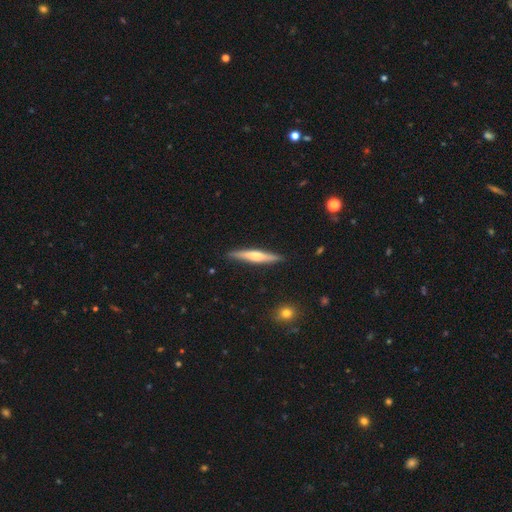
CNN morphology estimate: A featured or disk galaxy (52%) viewed edge-on (95%). Merging: none (88%).